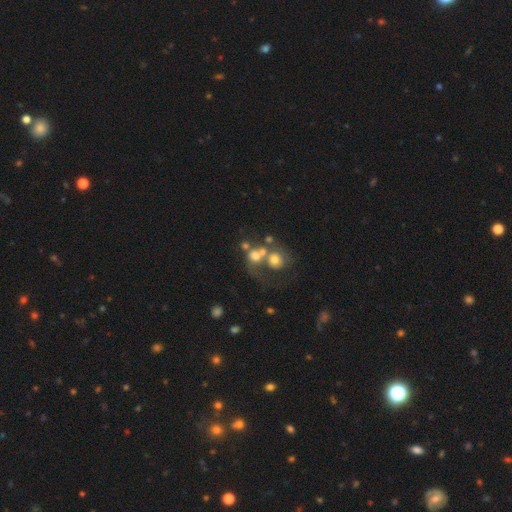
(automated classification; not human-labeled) Overall: smooth (55%; featured or disk 31%). How rounded: round (75%). Merging: merger (55%; none 23%).